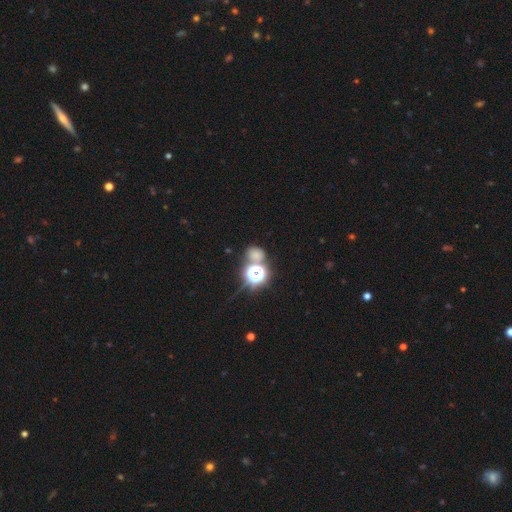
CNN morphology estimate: The model was most divided on "smooth or featured": smooth: 56%, star or artifact: 36%, featured or disk: 8%. More confident: how rounded — round (72%); merging — none (63%).